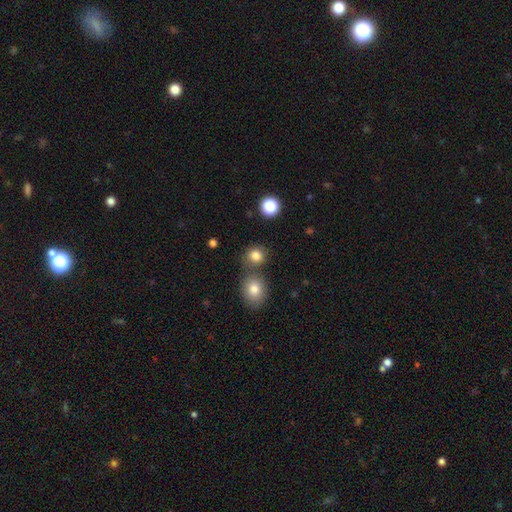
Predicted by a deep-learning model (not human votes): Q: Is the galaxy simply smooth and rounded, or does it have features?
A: smooth — 82%.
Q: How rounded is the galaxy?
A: round — 80%.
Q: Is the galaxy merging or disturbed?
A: none — 67%.